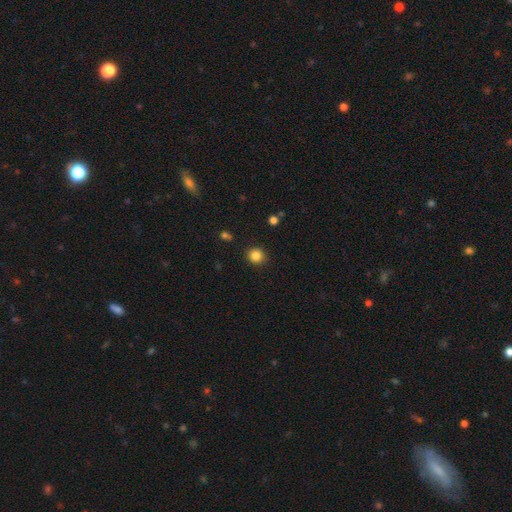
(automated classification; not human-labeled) The model was most divided on "smooth or featured": smooth: 84%, star or artifact: 11%, featured or disk: 5%. More confident: merging — none (91%); how rounded — round (90%).